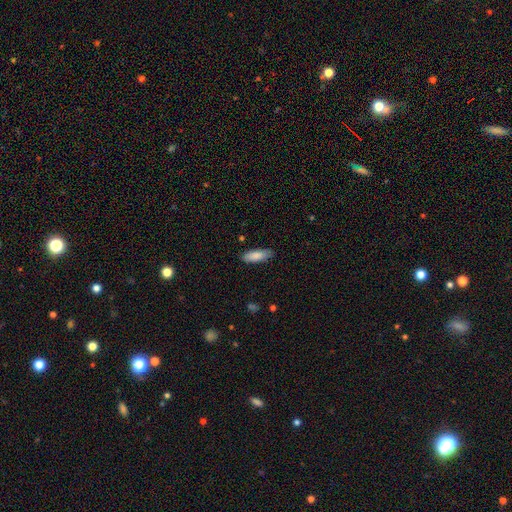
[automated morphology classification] smooth 86%, featured or disk 8%, star or artifact 6%. Down the decision tree: how rounded — in between (60%); merging — none (82%).